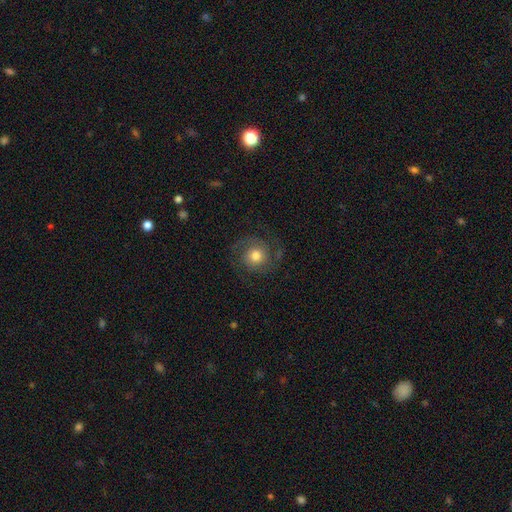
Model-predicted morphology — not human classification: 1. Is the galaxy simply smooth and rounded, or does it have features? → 60% featured or disk, 31% smooth, 9% star or artifact.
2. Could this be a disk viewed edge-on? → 98% no, 2% yes.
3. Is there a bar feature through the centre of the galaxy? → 79% no, 18% weak, 3% strong.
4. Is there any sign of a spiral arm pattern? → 90% yes, 10% no.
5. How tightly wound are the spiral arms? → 46% medium, 34% tight, 19% loose.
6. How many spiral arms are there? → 77% 2, 9% can't tell, 6% 3, 4% 1, 2% 4, 2% more than 4.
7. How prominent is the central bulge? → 66% moderate, 17% large, 13% small, 2% dominant, 2% none.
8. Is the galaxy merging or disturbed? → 76% none, 13% minor disturbance, 9% major disturbance, 1% merger.